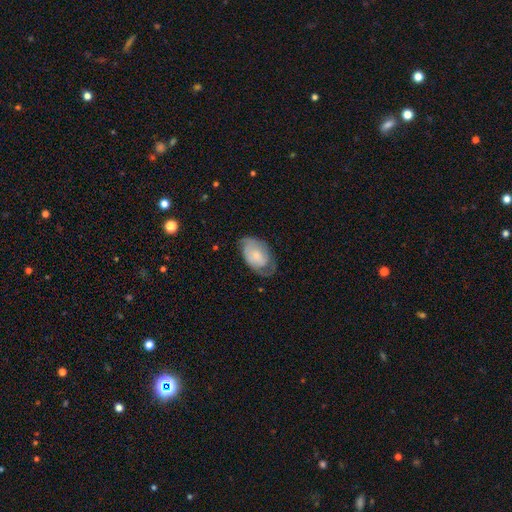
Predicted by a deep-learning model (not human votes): smooth_or_featured: featured or disk (p=0.59) [alt: smooth p=0.35]
disk_edge_on: no (p=0.96) [alt: yes p=0.04]
bar: no (p=0.68) [alt: weak p=0.27]
has_spiral_arms: yes (p=0.82) [alt: no p=0.18]
bulge_size: small (p=0.51) [alt: moderate p=0.28]
merging: none (p=0.54) [alt: minor disturbance p=0.28]